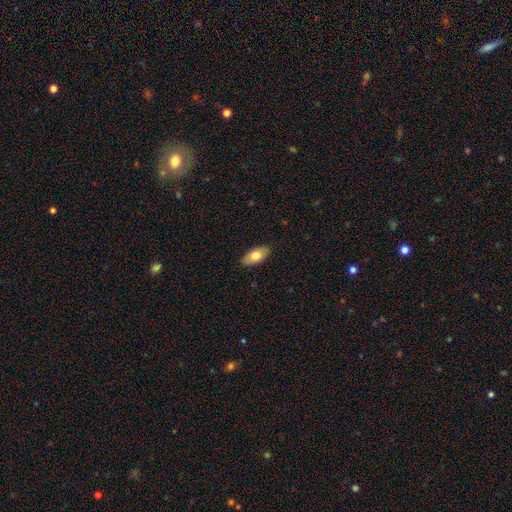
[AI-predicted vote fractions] A smooth galaxy with no disk features (76%) that is in between round and cigar-shaped (92%). Merging: none (88%).